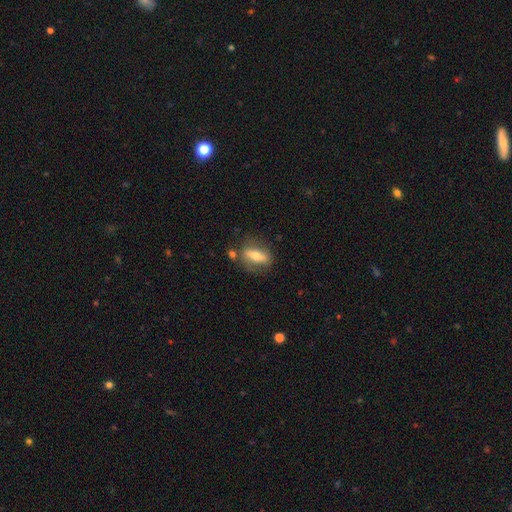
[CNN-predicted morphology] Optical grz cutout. It shows a smooth galaxy with no disk features (51%) that is in between round and cigar-shaped (65%). Merging: none (71%).